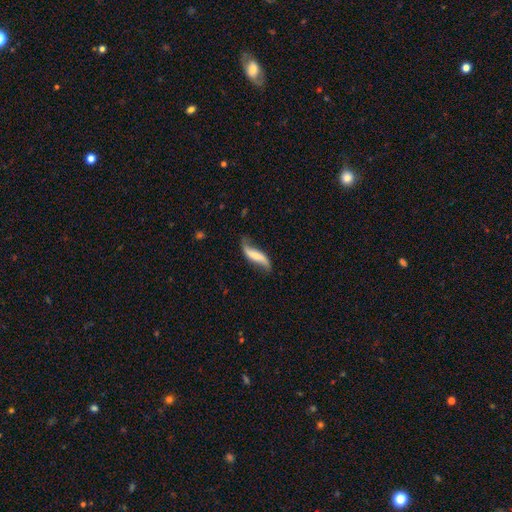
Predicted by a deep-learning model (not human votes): A featured or disk galaxy (67%) with no bar (38%), spiral arms (90%) and a small central bulge (39%). Merging: none (62%).